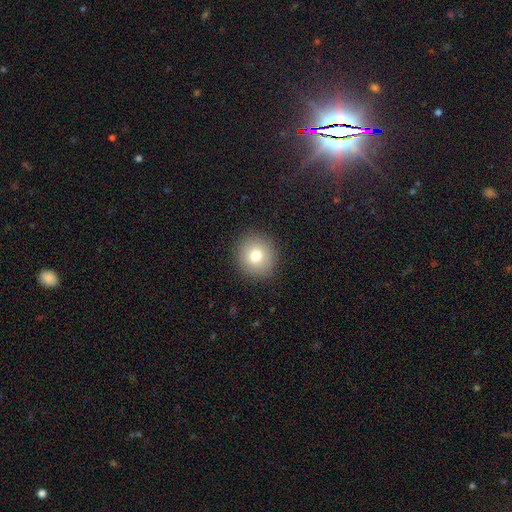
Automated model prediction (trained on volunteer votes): smooth 77%, featured or disk 12%, star or artifact 11%. Down the decision tree: how rounded — round (91%); merging — none (90%).